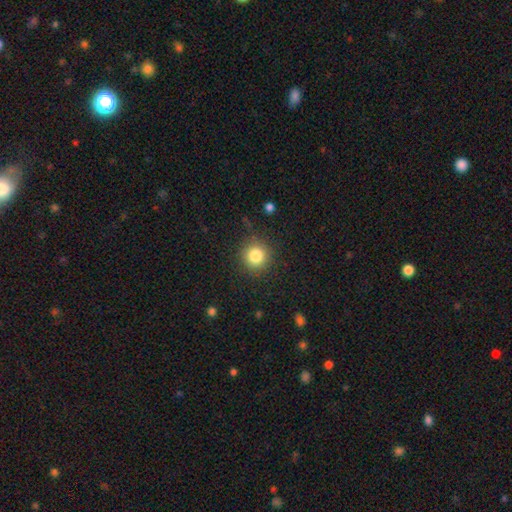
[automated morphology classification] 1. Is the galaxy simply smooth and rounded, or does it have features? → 82% smooth, 13% star or artifact, 5% featured or disk.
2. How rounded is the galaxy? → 95% round, 4% in between, 1% cigar-shaped.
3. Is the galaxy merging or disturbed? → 91% none, 6% minor disturbance, 2% major disturbance, 1% merger.